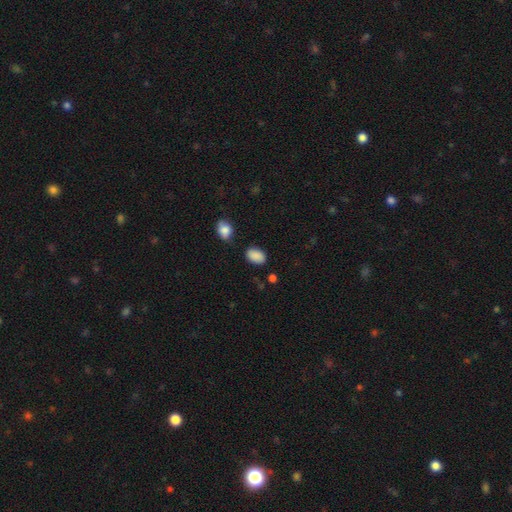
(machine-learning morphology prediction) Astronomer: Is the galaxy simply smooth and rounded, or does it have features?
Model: smooth — 88%.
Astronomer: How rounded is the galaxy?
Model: in between — 86%.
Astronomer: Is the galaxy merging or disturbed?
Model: none — 80%.